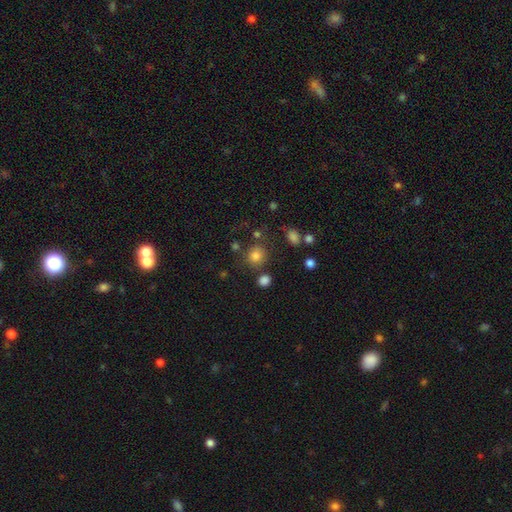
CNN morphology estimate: This appears to be a smooth galaxy with no disk features (80%) that is round (84%). Merging: none (77%).